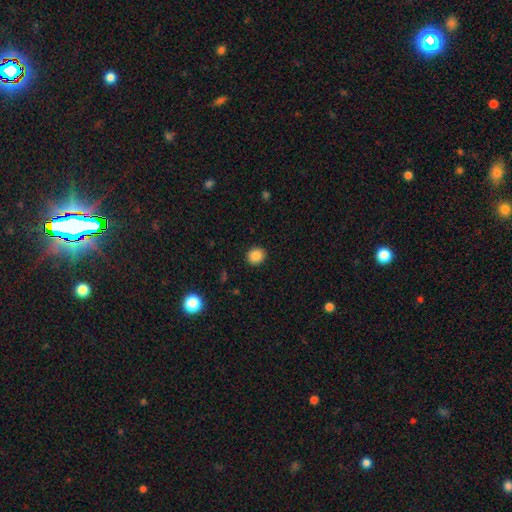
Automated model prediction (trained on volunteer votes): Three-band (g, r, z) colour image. It shows a smooth galaxy with no disk features (87%) that is round (86%). Merging: none (92%).